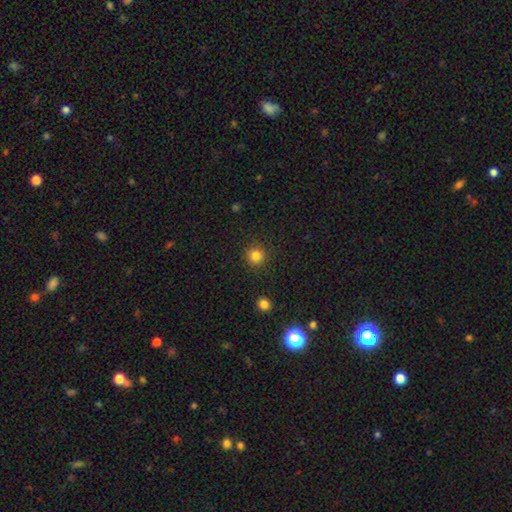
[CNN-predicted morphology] A smooth galaxy with no disk features (83%) that is round (95%).

Vote fractions:
- Smooth or featured? smooth: 83% / star or artifact: 13% / featured or disk: 5%
- How rounded? round: 95% / in between: 5% / cigar-shaped: 1%
- Merging? none: 90% / minor disturbance: 6% / major disturbance: 2% / merger: 1%